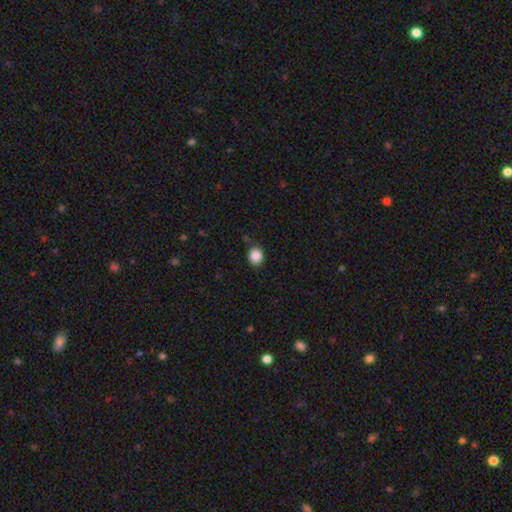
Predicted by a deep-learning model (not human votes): This appears to be a smooth galaxy with no disk features (87%) that is round (61%). Merging: none (84%).